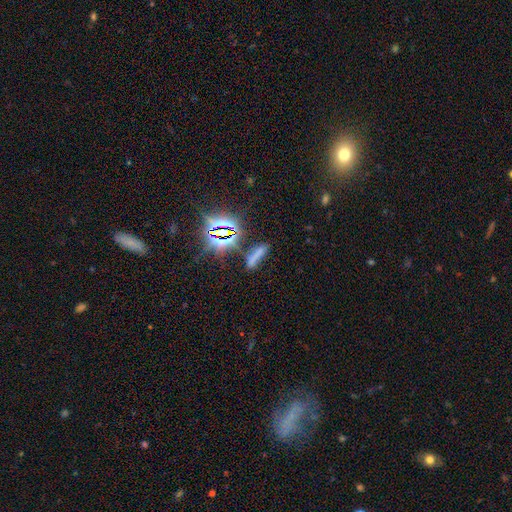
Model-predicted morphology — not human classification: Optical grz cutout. It shows a smooth galaxy with no disk features (54%) that is cigar-shaped (71%). Merging: none (61%).